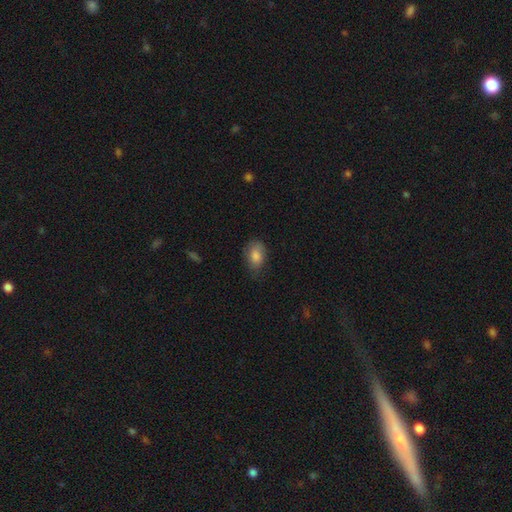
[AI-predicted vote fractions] The model was most divided on "merging": none: 68%, minor disturbance: 25%, major disturbance: 6%, merger: 1%. More confident: how rounded — in between (85%); smooth or featured — smooth (83%).